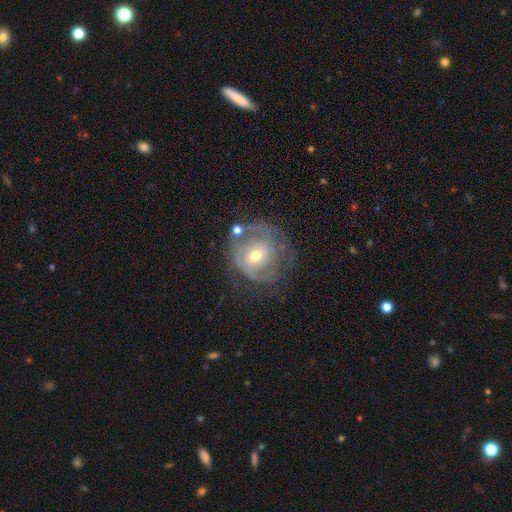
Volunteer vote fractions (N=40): A featured or disk galaxy (75%) with no bar (50%), 2 (68%) tight (52%) spiral arms (83%) and a moderate central bulge (67%).

Vote fractions:
- Smooth or featured? featured or disk: 75% / smooth: 25% / star or artifact: 0%
- Edge-on disk? no: 100% / yes: 0%
- Bar? no: 50% / weak: 37% / strong: 13%
- Spiral arms? yes: 83% / no: 17%
- Spiral winding? tight: 52% / medium: 44% / loose: 4%
- Spiral arm count? 2: 68% / 3: 16% / can't tell: 16% / 1: 0% / 4: 0% / more than 4: 0%
- Bulge size? moderate: 67% / small: 30% / large: 3% / dominant: 0% / none: 0%
- Merging? none: 60% / minor disturbance: 22% / merger: 12% / major disturbance: 5%